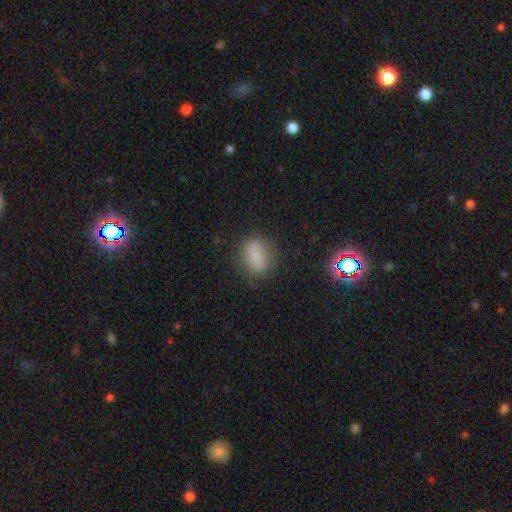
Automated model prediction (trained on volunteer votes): Q: Smooth or featured?
A: smooth (73%); runner-up: star or artifact (14%)
Q: How rounded?
A: in between (68%); runner-up: round (28%)
Q: Merging?
A: none (74%); runner-up: minor disturbance (18%)